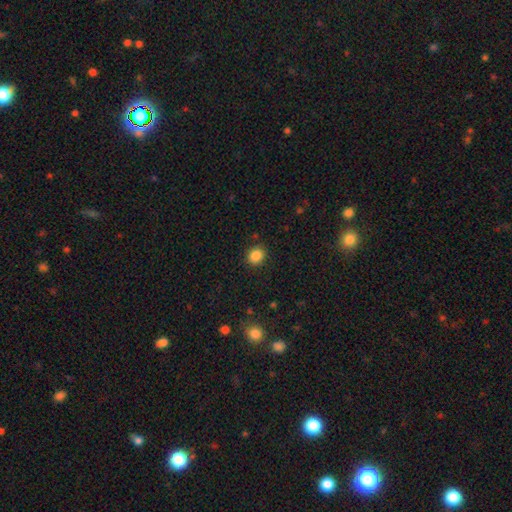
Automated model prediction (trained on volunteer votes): smooth_or_featured: smooth (p=0.86) [alt: star or artifact p=0.11]
how_rounded: round (p=0.67) [alt: in between p=0.32]
merging: none (p=0.88) [alt: minor disturbance p=0.08]